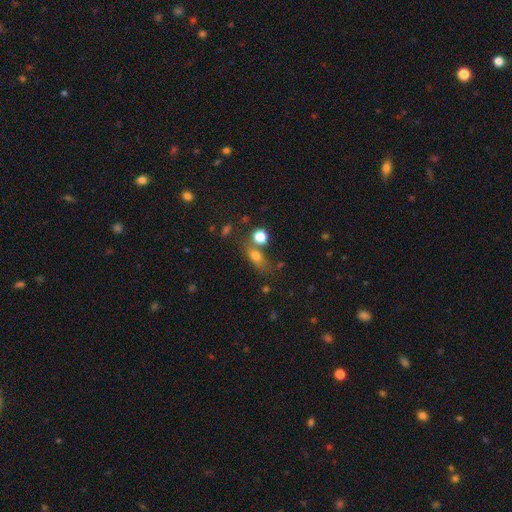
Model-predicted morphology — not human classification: The model was most divided on "merging": none: 53%, merger: 22%, minor disturbance: 16%, major disturbance: 8%. More confident: smooth or featured — smooth (73%); how rounded — in between (65%).